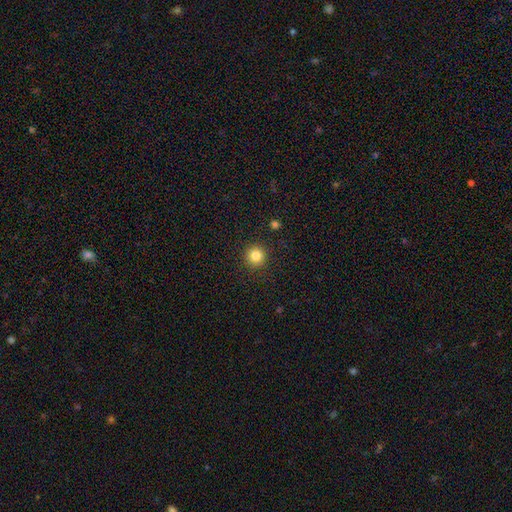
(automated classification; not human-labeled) This is clearly a smooth galaxy (83%). How rounded: clearly round (95%). Merging: clearly none (92%).